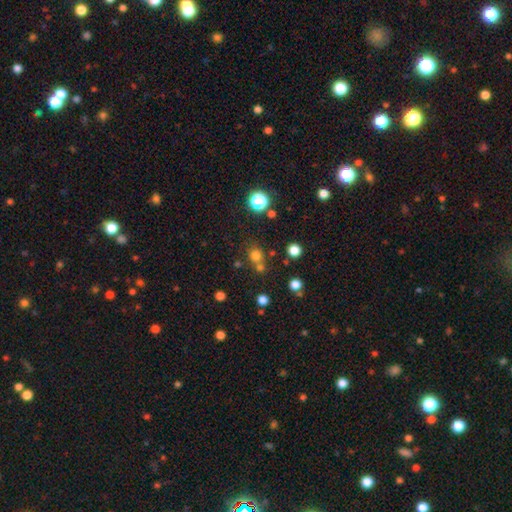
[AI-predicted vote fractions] smooth-or-featured: smooth: 71% | star or artifact: 22% | featured or disk: 8%
  how-rounded: round: 84% | in between: 15% | cigar-shaped: 1%
  merging: none: 61% | merger: 26% | minor disturbance: 9% | major disturbance: 4%